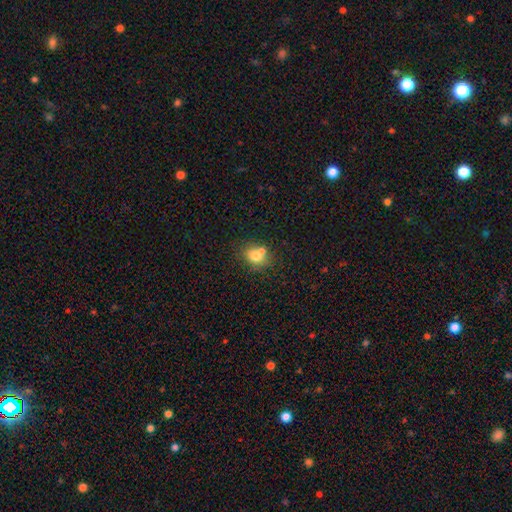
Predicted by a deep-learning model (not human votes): Smooth or featured? Predicted: smooth (p=0.74). How rounded? Predicted: round (p=0.54). Merging? Predicted: none (p=0.51).